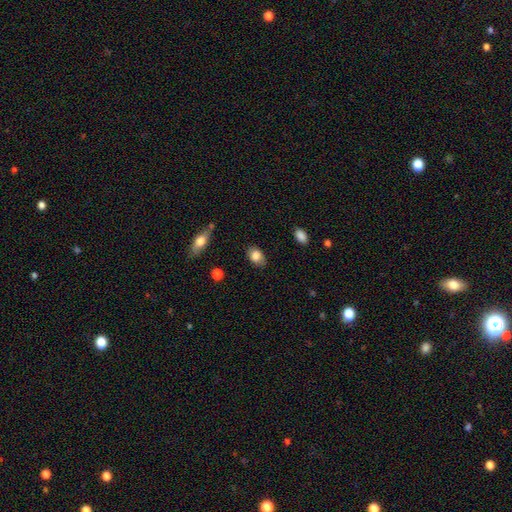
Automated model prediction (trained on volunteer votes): Smooth or featured? smooth (83%)
How rounded? in between (80%)
Merging? none (80%)